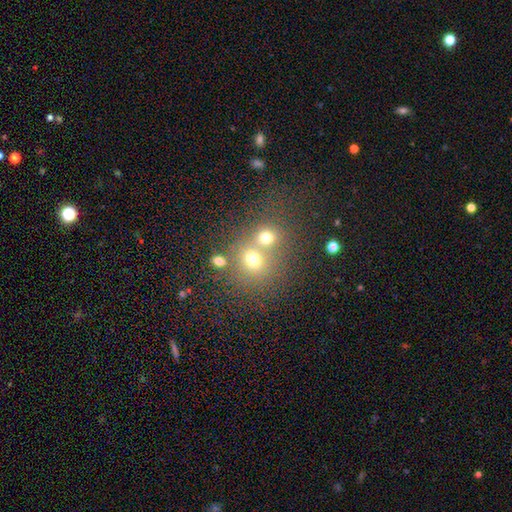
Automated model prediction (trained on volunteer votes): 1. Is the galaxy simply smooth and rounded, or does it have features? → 62% smooth, 21% star or artifact, 18% featured or disk.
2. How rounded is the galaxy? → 79% round, 20% in between, 1% cigar-shaped.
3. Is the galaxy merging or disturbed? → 55% merger, 35% none, 6% minor disturbance, 3% major disturbance.